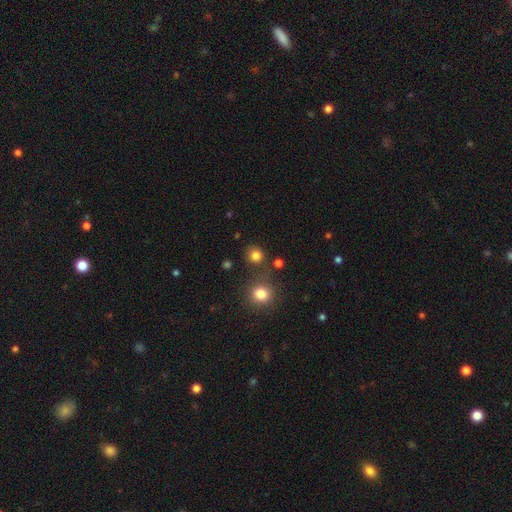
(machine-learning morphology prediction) smooth-or-featured: smooth: 80% | star or artifact: 15% | featured or disk: 5%
  how-rounded: round: 88% | in between: 11% | cigar-shaped: 1%
  merging: none: 77% | minor disturbance: 10% | merger: 9% | major disturbance: 4%